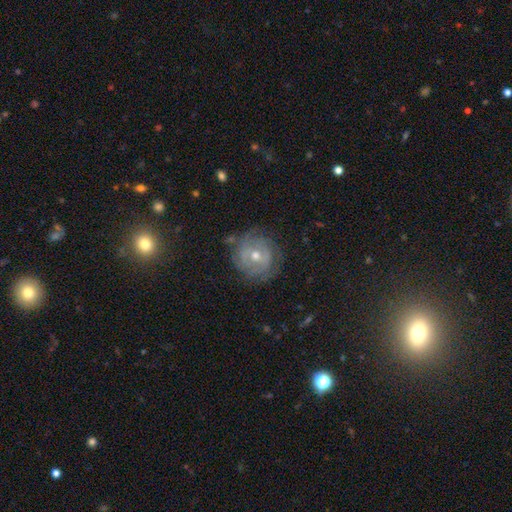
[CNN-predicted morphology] Smooth or featured?
  - featured or disk: 69% *
  - smooth: 19%
  - star or artifact: 11%
Edge-on disk?
  - no: 96% *
  - yes: 4%
Bar?
  - no: 57% *
  - weak: 33%
  - strong: 10%
Spiral arms?
  - yes: 80% *
  - no: 20%
Spiral winding?
  - tight: 69% *
  - medium: 23%
  - loose: 8%
Spiral arm count?
  - can't tell: 50% *
  - 2: 21%
  - 3: 14%
  - 4: 6%
  - 1: 5%
  - more than 4: 4%
Bulge size?
  - moderate: 61% *
  - small: 35%
  - large: 2%
  - none: 1%
  - dominant: 1%
Merging?
  - none: 74% *
  - minor disturbance: 17%
  - major disturbance: 8%
  - merger: 2%